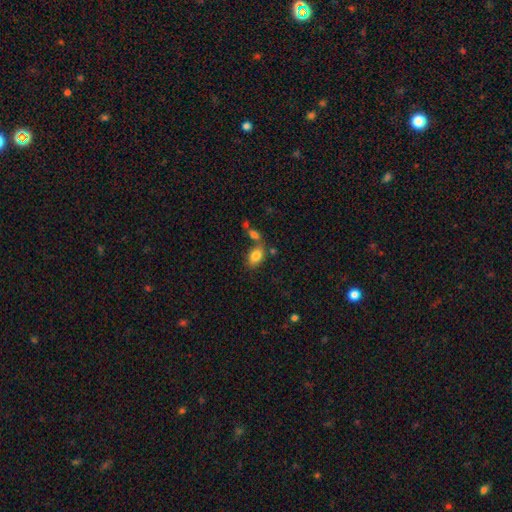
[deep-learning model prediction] Smooth or featured? smooth (83%)
How rounded? in between (83%)
Merging? none (53%)